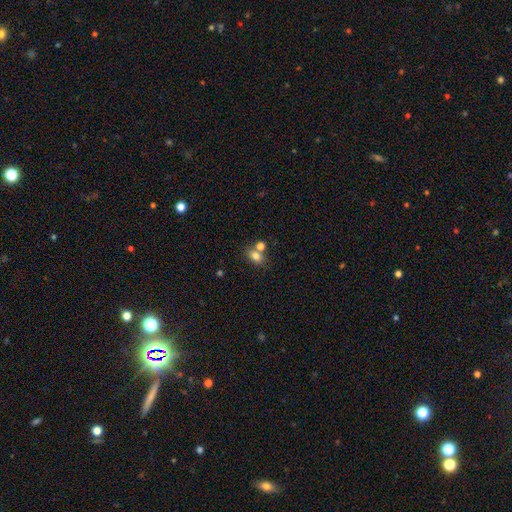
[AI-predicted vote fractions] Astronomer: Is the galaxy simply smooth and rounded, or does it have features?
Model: smooth — 78%.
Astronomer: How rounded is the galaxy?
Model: in between — 73%.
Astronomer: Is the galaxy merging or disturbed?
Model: none — 53% (runner-up: merger, 32%).